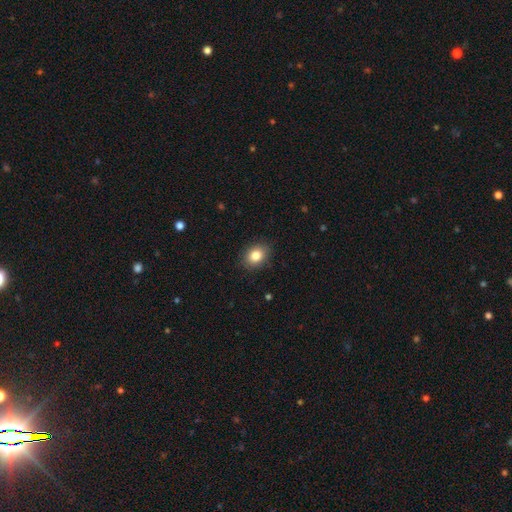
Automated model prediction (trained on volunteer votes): smooth_or_featured: smooth (p=0.84) [alt: star or artifact p=0.09]
how_rounded: in between (p=0.60) [alt: round p=0.39]
merging: none (p=0.88) [alt: minor disturbance p=0.09]